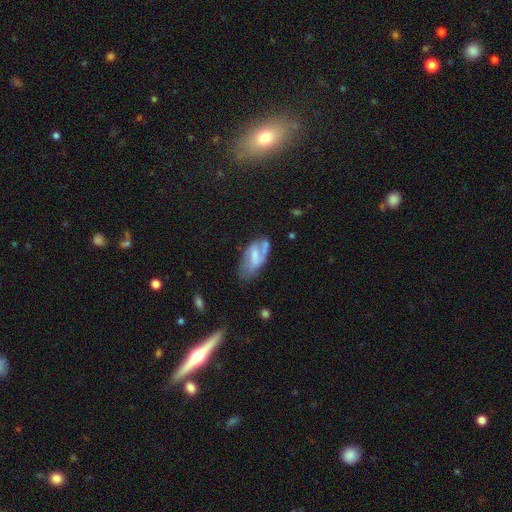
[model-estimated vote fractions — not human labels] Smooth or featured? Predicted: featured or disk (p=0.51). Edge-on disk? Predicted: no (p=0.93). Merging? Predicted: none (p=0.39).